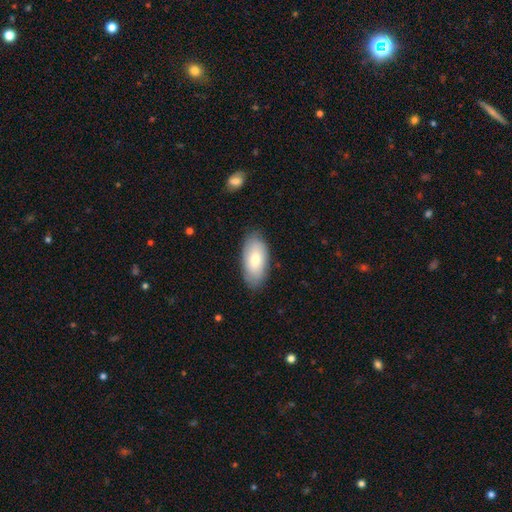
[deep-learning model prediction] Morphology: type=smooth (75%); roundness=in between (94%); merging=none (83%).